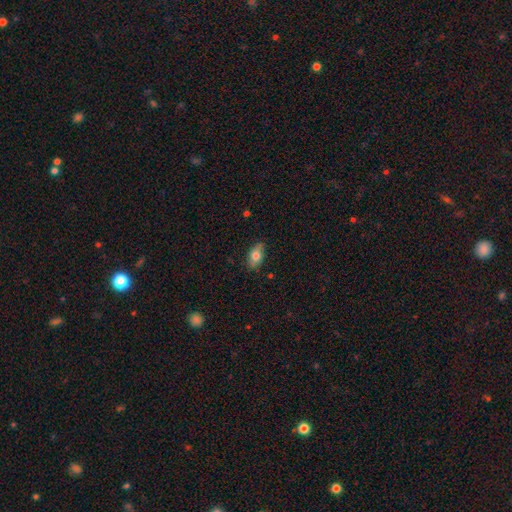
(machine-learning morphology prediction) Smooth or featured? smooth (74%)
How rounded? in between (89%)
Merging? none (81%)